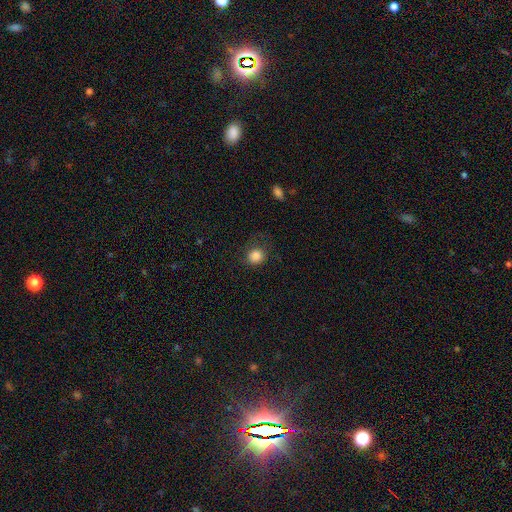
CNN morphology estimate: This is clearly a smooth galaxy (85%). How rounded: clearly round (84%). Merging: likely none (74%).